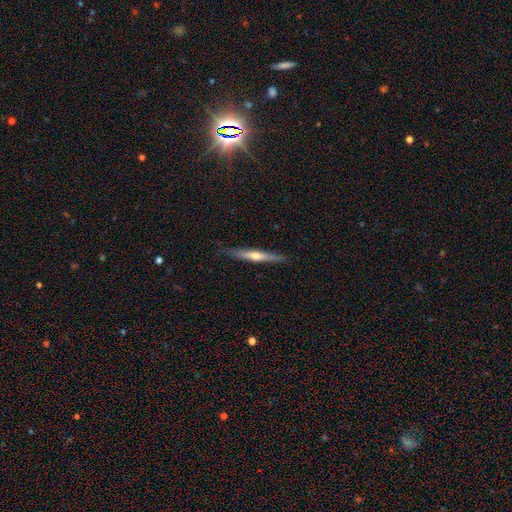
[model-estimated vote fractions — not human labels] smooth-or-featured: featured or disk: 58% | smooth: 36% | star or artifact: 6%
  disk-edge-on: yes: 96% | no: 4%
    edge-on-bulge: rounded: 80% | none: 16% | boxy: 4%
  merging: none: 86% | minor disturbance: 11% | major disturbance: 2% | merger: 1%